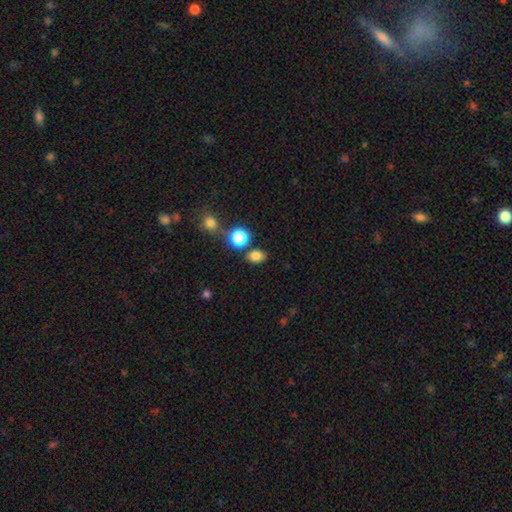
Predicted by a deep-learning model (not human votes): smooth 80%, star or artifact 15%, featured or disk 5%. Down the decision tree: how rounded — in between (65%); merging — none (77%).